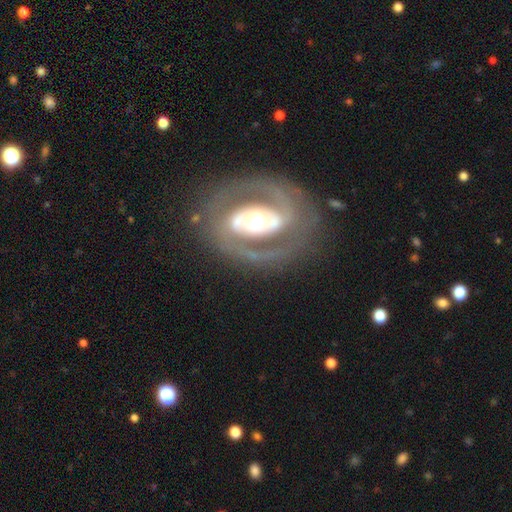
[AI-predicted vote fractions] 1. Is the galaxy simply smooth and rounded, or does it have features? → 84% featured or disk, 11% smooth, 5% star or artifact.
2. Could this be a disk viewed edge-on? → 96% no, 4% yes.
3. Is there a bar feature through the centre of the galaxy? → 42% no, 29% strong, 29% weak.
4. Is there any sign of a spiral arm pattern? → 74% yes, 26% no.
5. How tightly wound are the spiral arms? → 45% tight, 40% medium, 15% loose.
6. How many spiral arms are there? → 82% 2, 8% can't tell, 5% 1, 2% 3, 1% 4, 1% more than 4.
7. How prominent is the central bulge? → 55% moderate, 28% large, 12% small, 4% dominant, 1% none.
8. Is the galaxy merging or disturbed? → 79% none, 12% minor disturbance, 7% major disturbance, 2% merger.